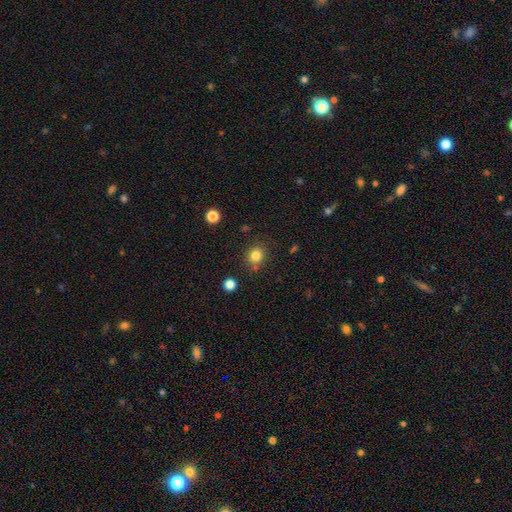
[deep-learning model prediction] Overall: smooth (82%). How rounded: round (79%). Merging: none (78%).